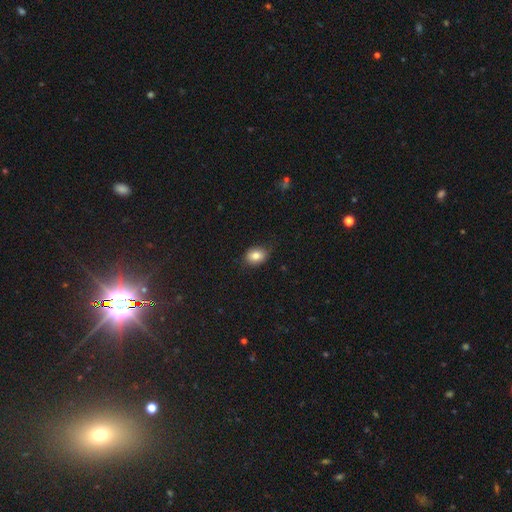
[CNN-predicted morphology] smooth-or-featured: smooth: 82% | star or artifact: 9% | featured or disk: 9%
  how-rounded: in between: 64% | round: 35% | cigar-shaped: 1%
  merging: none: 76% | minor disturbance: 19% | major disturbance: 3% | merger: 1%